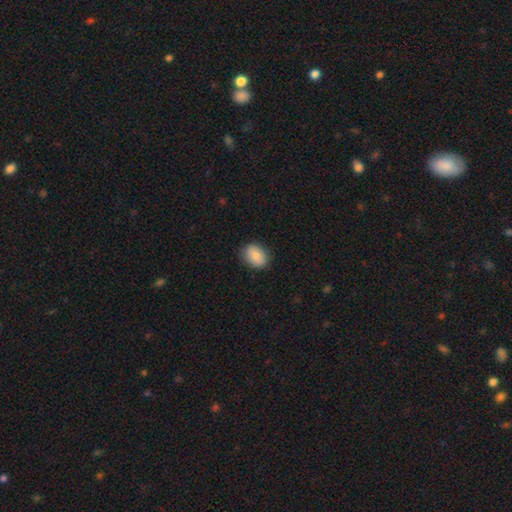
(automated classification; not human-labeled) A smooth galaxy with no disk features (82%) that is in between round and cigar-shaped (68%).

Vote fractions:
- Smooth or featured? smooth: 82% / featured or disk: 11% / star or artifact: 7%
- How rounded? in between: 68% / round: 31% / cigar-shaped: 1%
- Merging? none: 85% / minor disturbance: 11% / major disturbance: 2% / merger: 1%